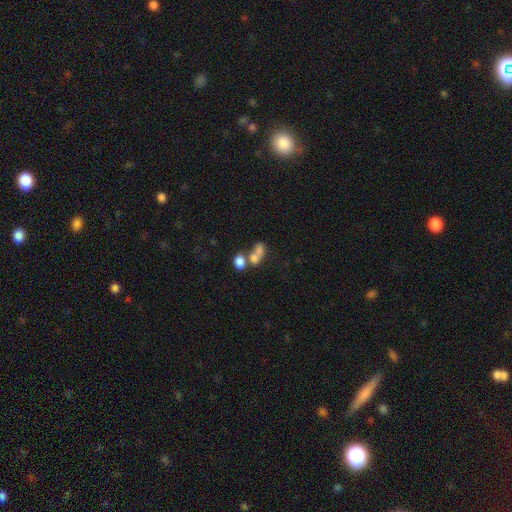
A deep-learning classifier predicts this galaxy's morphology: smooth-or-featured: smooth: 72% | featured or disk: 17% | star or artifact: 11%
  how-rounded: in between: 72% | round: 25% | cigar-shaped: 3%
  merging: merger: 62% | none: 22% | major disturbance: 8% | minor disturbance: 8%